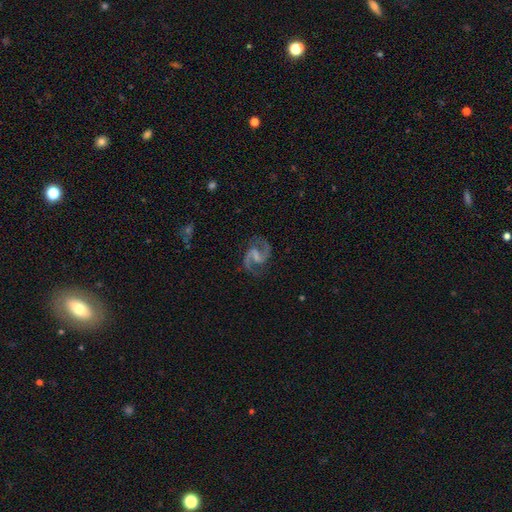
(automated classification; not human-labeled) featured or disk 92%, star or artifact 4%, smooth 4%. Down the decision tree: edge-on disk — no (98%); bar — weak (53%); spiral arms — yes (98%); spiral arm count — 2 (94%); spiral winding — medium (62%); bulge size — none (52%); merging — none (80%).